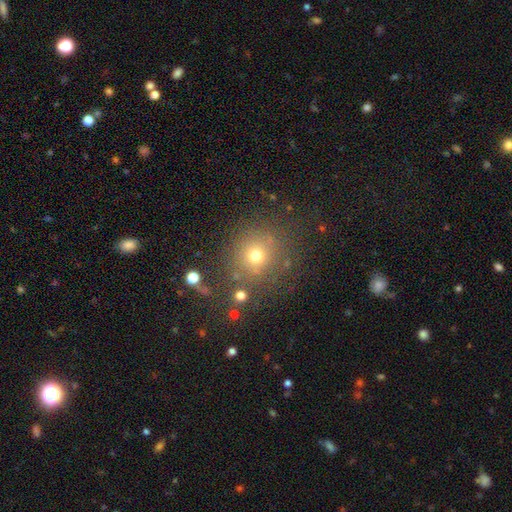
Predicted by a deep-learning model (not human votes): A smooth galaxy with no disk features (69%) that is round (90%). Merging: none (80%).